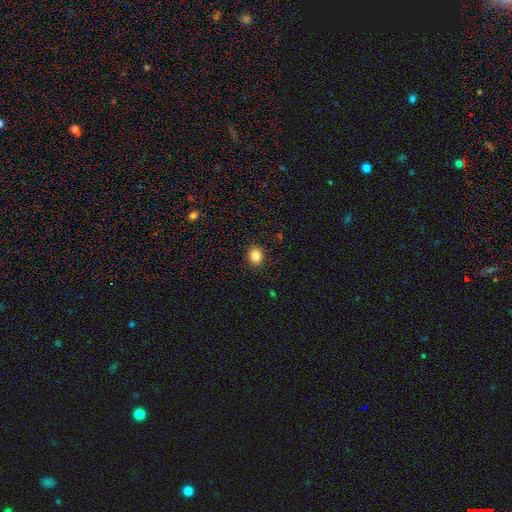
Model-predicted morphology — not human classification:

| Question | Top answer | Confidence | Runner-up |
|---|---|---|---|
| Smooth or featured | smooth | 85% | star or artifact (11%) |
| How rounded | round | 69% | in between (31%) |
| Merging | none | 90% | minor disturbance (7%) |